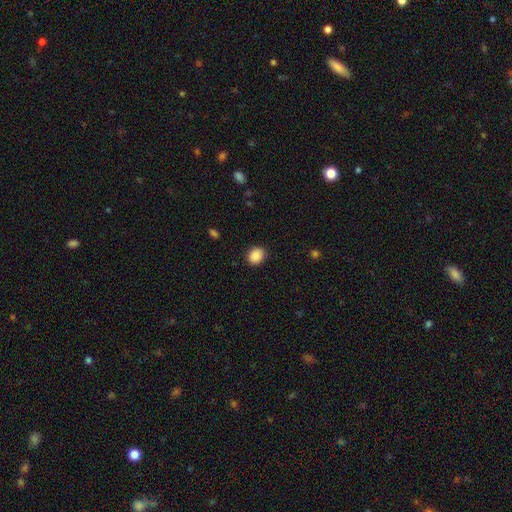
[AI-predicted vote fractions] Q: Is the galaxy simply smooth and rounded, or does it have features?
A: smooth — 89%.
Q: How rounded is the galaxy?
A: round — 58%.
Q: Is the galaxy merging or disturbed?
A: none — 88%.